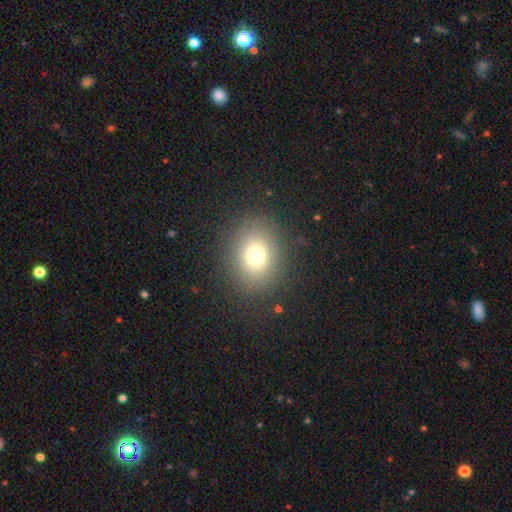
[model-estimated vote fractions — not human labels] Smooth or featured? Predicted: smooth (p=0.72). How rounded? Predicted: round (p=0.64). Merging? Predicted: none (p=0.86).